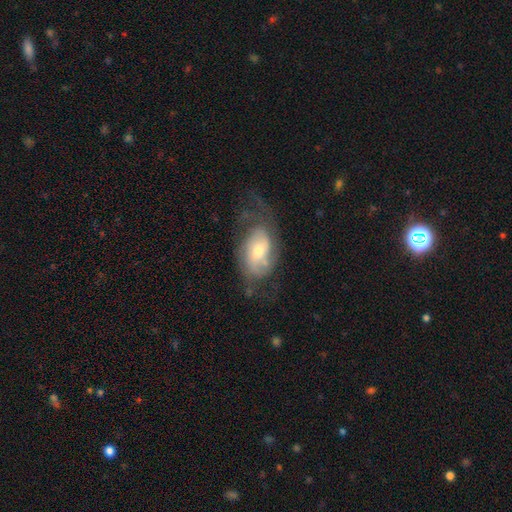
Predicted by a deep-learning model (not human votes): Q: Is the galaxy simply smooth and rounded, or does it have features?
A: featured or disk — 55%.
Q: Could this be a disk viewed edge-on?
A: no — 94%.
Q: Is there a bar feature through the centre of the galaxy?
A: no — 65%.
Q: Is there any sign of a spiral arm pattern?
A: yes — 67%.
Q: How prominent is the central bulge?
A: moderate — 58%.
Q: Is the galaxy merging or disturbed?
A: none — 42%.